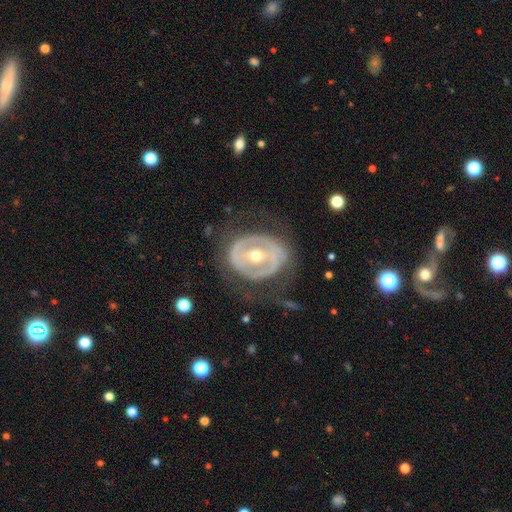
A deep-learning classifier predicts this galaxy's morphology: A featured or disk galaxy (76%) with a strong bar (47%), no spiral arms (68%) and a moderate central bulge (57%). Merging: none (61%).